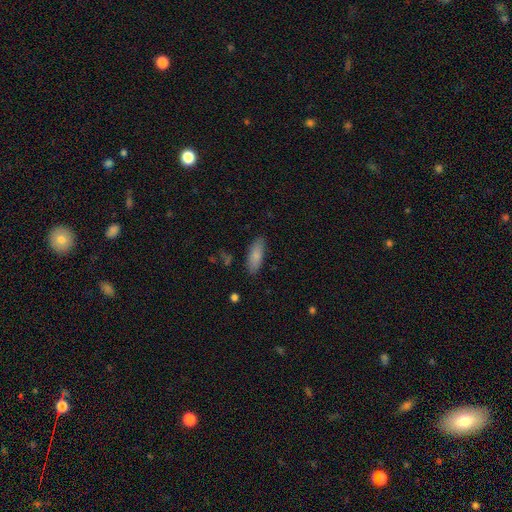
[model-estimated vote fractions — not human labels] smooth 82%, featured or disk 11%, star or artifact 7%. Down the decision tree: how rounded — in between (70%); merging — none (85%).